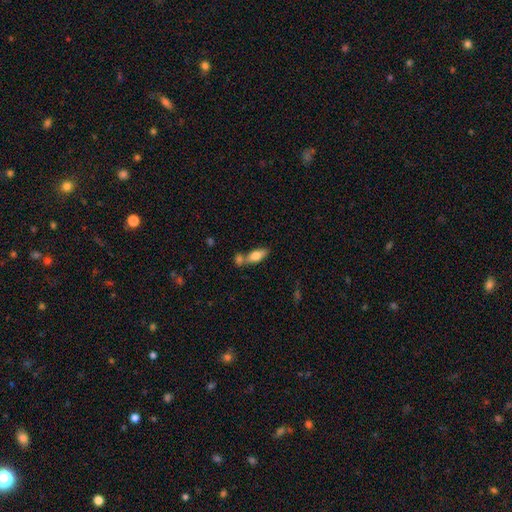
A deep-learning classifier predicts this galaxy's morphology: Smooth or featured?
  - smooth: 74% *
  - featured or disk: 19%
  - star or artifact: 7%
How rounded?
  - in between: 76% *
  - cigar-shaped: 21%
  - round: 3%
Merging?
  - none: 46% *
  - merger: 38%
  - minor disturbance: 11%
  - major disturbance: 4%